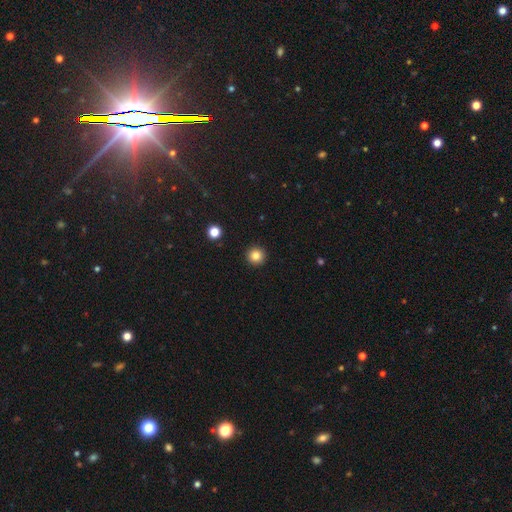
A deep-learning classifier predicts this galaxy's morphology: smooth-or-featured: smooth: 83% | star or artifact: 12% | featured or disk: 5%
  how-rounded: round: 96% | in between: 3% | cigar-shaped: 1%
  merging: none: 93% | minor disturbance: 4% | major disturbance: 1% | merger: 1%